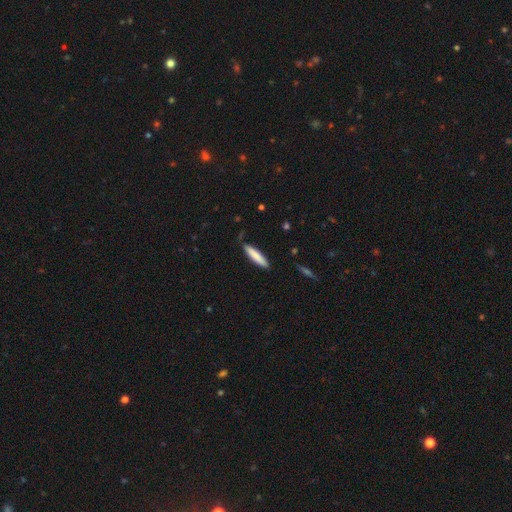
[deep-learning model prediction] Overall: smooth (83%). How rounded: cigar-shaped (87%). Merging: none (86%).